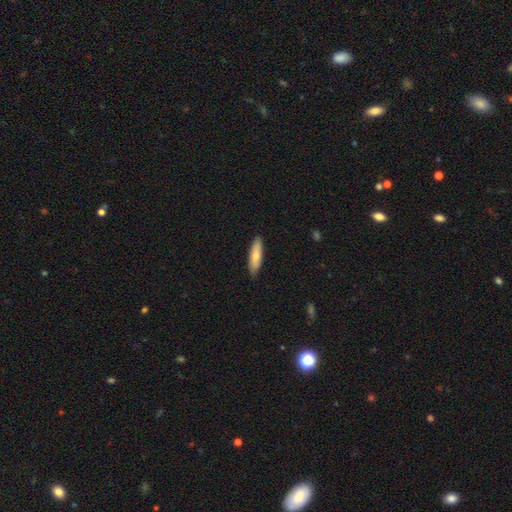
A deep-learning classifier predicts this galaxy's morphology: Smooth or featured: smooth — 68% (featured or disk — 27%)
How rounded: cigar-shaped — 64% (in between — 34%)
Merging: none — 87% (minor disturbance — 10%)